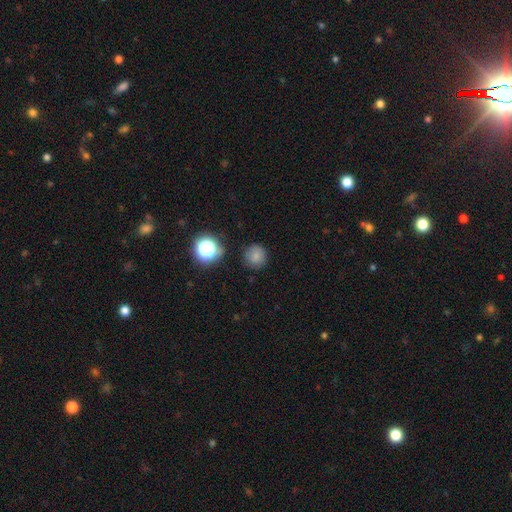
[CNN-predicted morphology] This is likely a smooth galaxy (77%). How rounded: clearly round (91%). Merging: clearly none (83%).